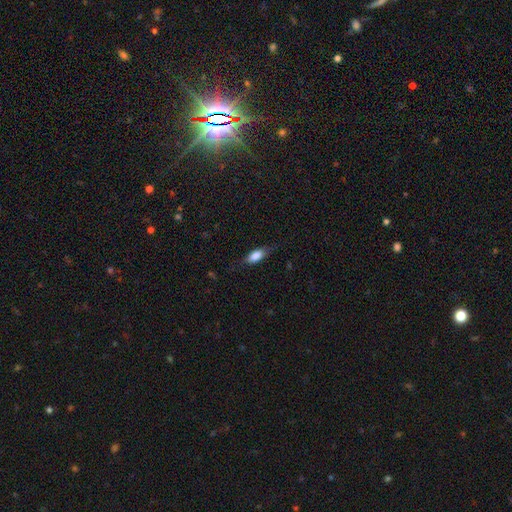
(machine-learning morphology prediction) A smooth galaxy with no disk features (76%) that is in between round and cigar-shaped (74%).

Vote fractions:
- Smooth or featured? smooth: 76% / featured or disk: 17% / star or artifact: 7%
- How rounded? in between: 74% / cigar-shaped: 23% / round: 3%
- Merging? none: 73% / minor disturbance: 20% / major disturbance: 6% / merger: 1%